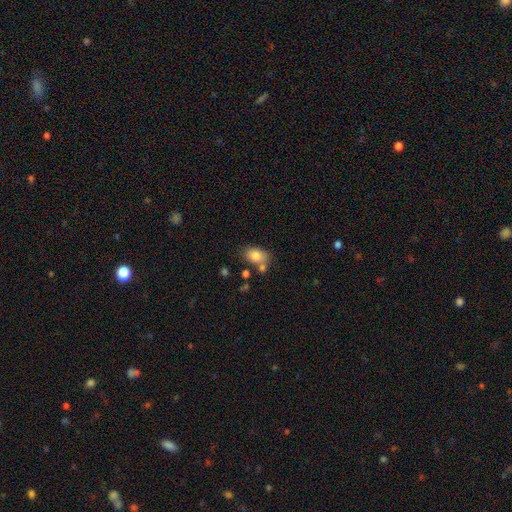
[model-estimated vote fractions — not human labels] Smooth or featured: smooth — 81% (featured or disk — 10%)
How rounded: in between — 82% (round — 17%)
Merging: none — 62% (merger — 17%)